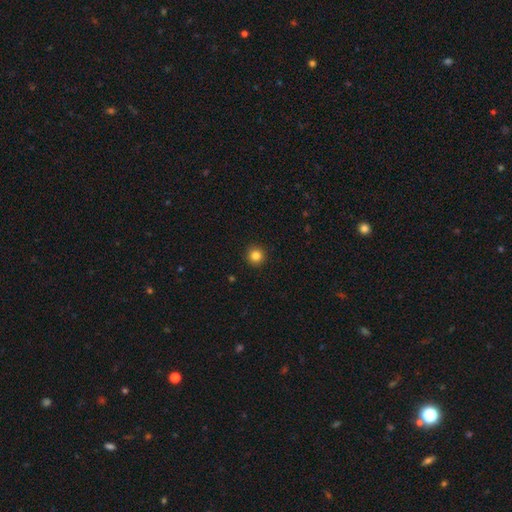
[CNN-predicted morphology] This appears to be a smooth galaxy with no disk features (83%) that is round (95%). Merging: none (93%).